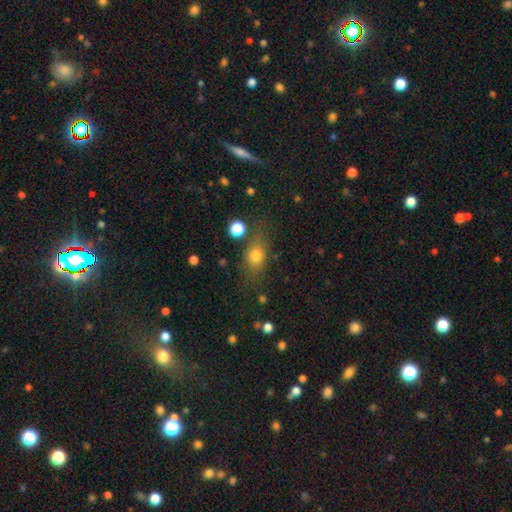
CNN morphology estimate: smooth 73%, featured or disk 14%, star or artifact 13%. Down the decision tree: how rounded — in between (59%); merging — none (67%).